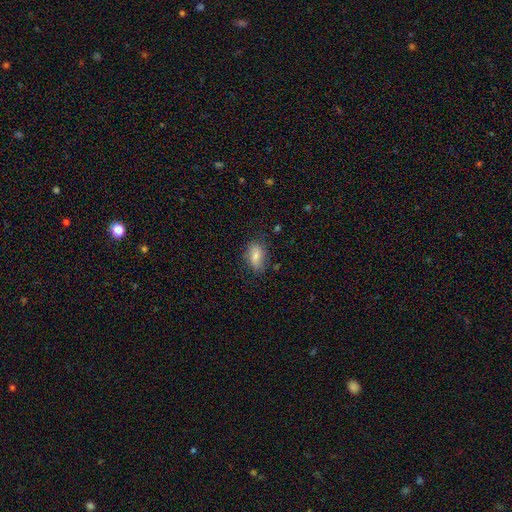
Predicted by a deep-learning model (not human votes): Smooth or featured: smooth — 77% (featured or disk — 15%)
How rounded: in between — 87% (round — 7%)
Merging: none — 76% (minor disturbance — 19%)